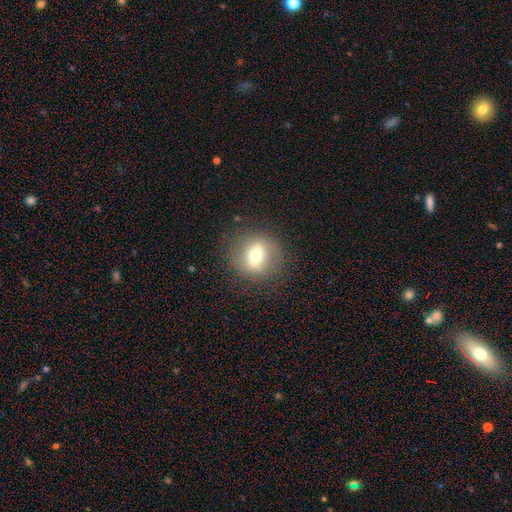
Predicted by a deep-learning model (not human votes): Smooth or featured?
  - smooth: 48% *
  - featured or disk: 40%
  - star or artifact: 11%
Merging?
  - none: 84% *
  - minor disturbance: 10%
  - major disturbance: 5%
  - merger: 1%